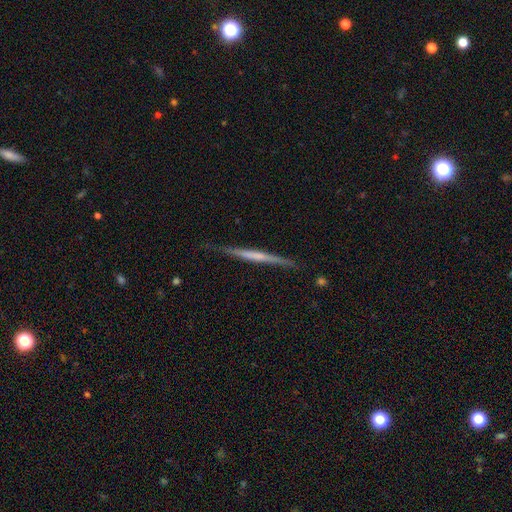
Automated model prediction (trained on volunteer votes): This is likely a featured or disk galaxy (61%). It is clearly viewed edge-on (97%). Edge-on bulge: likely none (64%). Merging: likely none (80%).